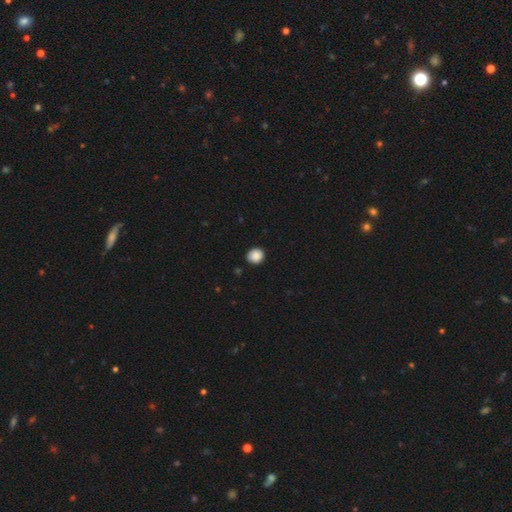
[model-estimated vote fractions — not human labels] smooth 88%, star or artifact 9%, featured or disk 3%. Down the decision tree: how rounded — round (83%); merging — none (90%).